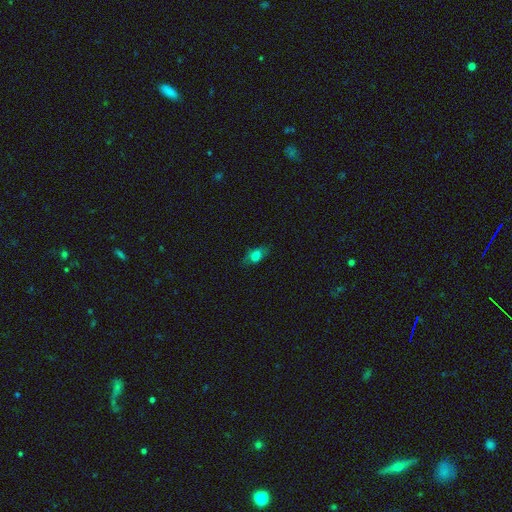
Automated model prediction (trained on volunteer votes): Smooth or featured: smooth — 70% (featured or disk — 19%)
How rounded: in between — 81% (round — 11%)
Merging: none — 74% (minor disturbance — 19%)